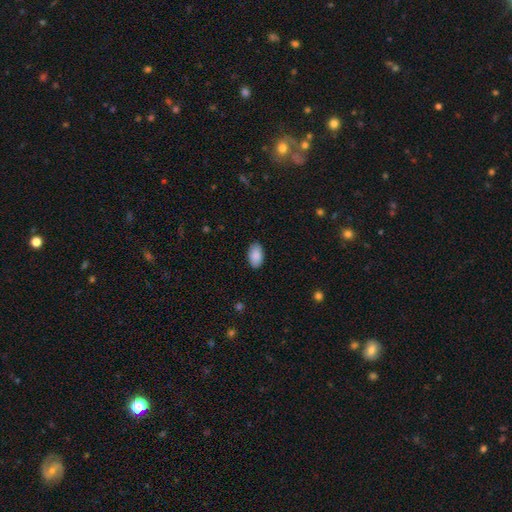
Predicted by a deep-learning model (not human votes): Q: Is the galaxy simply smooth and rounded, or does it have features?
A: smooth — 90%.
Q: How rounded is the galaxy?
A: in between — 94%.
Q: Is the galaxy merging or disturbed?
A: none — 88%.